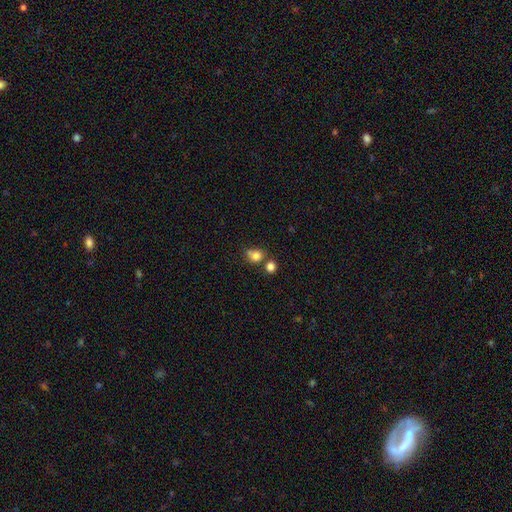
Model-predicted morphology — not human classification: type=smooth (79%); roundness=round (74%); merging=none (52%).